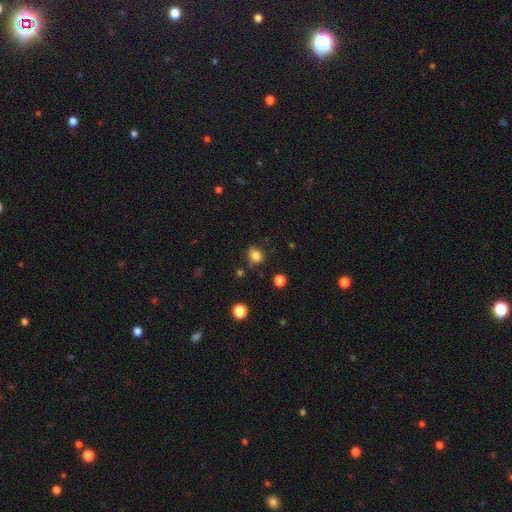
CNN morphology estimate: This appears to be a smooth galaxy with no disk features (80%) that is round (59%). Merging: none (65%).